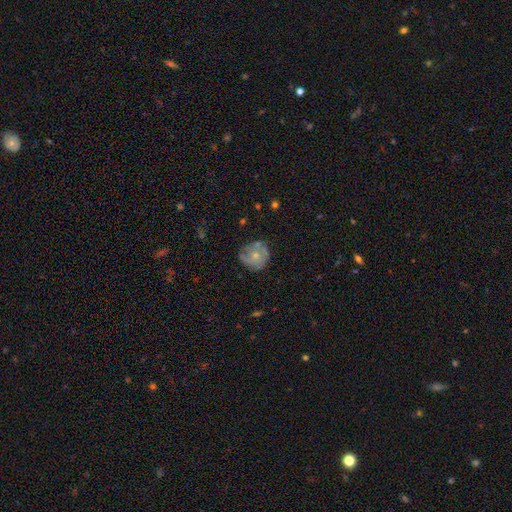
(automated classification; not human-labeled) smooth-or-featured: featured or disk: 47% | smooth: 45% | star or artifact: 8%
  merging: none: 63% | minor disturbance: 25% | major disturbance: 10% | merger: 3%